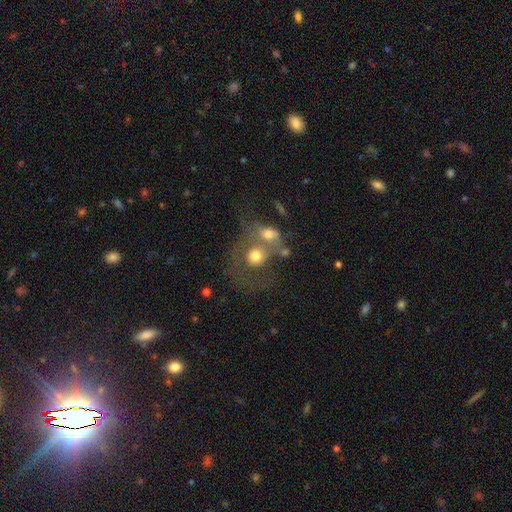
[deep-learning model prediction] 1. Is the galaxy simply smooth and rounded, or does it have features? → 57% smooth, 31% featured or disk, 11% star or artifact.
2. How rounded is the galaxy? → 73% round, 25% in between, 1% cigar-shaped.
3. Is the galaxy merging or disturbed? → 57% merger, 20% none, 14% major disturbance, 9% minor disturbance.